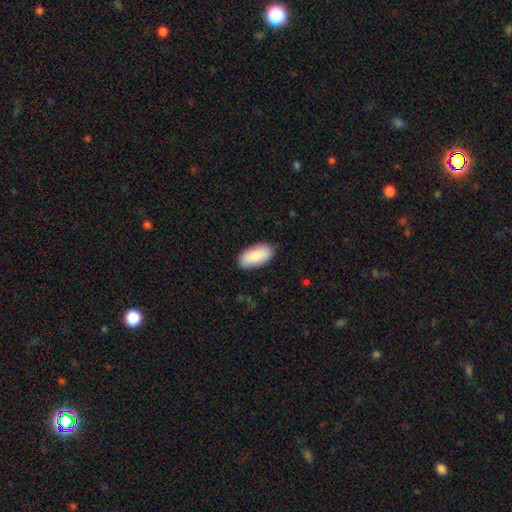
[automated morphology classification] Overall: smooth (83%). How rounded: in between (94%). Merging: none (86%).